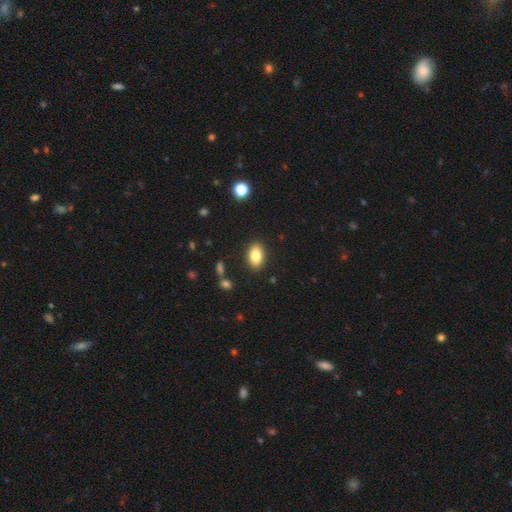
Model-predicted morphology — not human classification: Smooth or featured? Predicted: smooth (p=0.83). How rounded? Predicted: in between (p=0.89). Merging? Predicted: none (p=0.88).